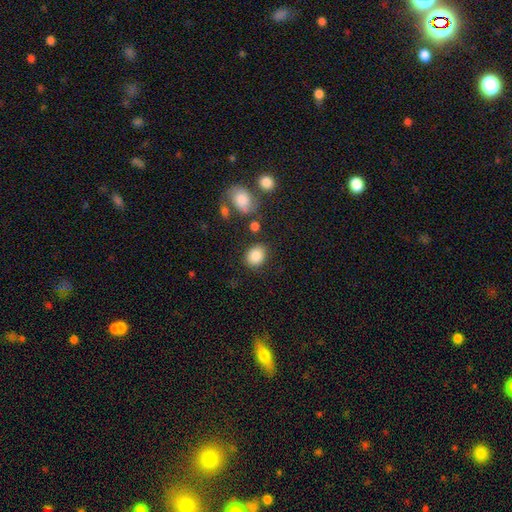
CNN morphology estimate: A smooth galaxy with no disk features (86%) that is round (55%).

Vote fractions:
- Smooth or featured? smooth: 86% / star or artifact: 9% / featured or disk: 6%
- How rounded? round: 55% / in between: 44% / cigar-shaped: 1%
- Merging? none: 81% / minor disturbance: 11% / merger: 4% / major disturbance: 4%